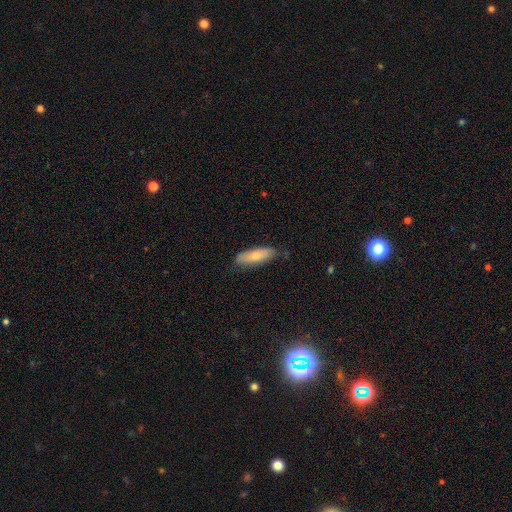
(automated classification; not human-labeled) smooth_or_featured: smooth (p=0.75) [alt: featured or disk p=0.19]
how_rounded: in between (p=0.55) [alt: cigar-shaped p=0.43]
merging: none (p=0.75) [alt: minor disturbance p=0.21]